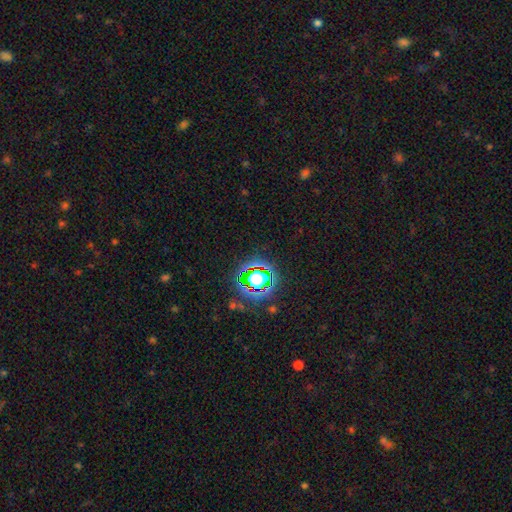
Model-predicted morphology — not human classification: The model was most divided on "smooth or featured": star or artifact: 80%, smooth: 12%, featured or disk: 8%.